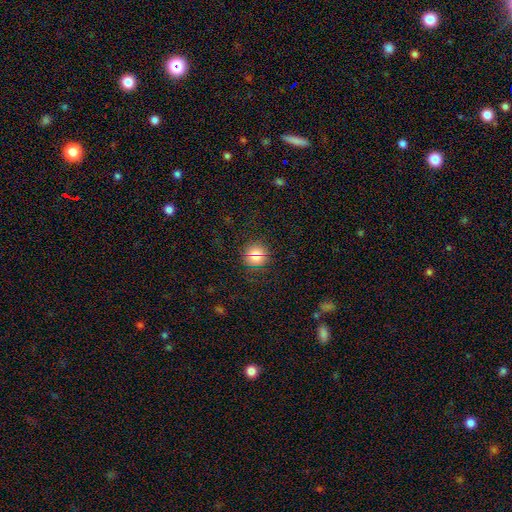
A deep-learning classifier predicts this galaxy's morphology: type=smooth (68%); roundness=round (92%); merging=none (88%).